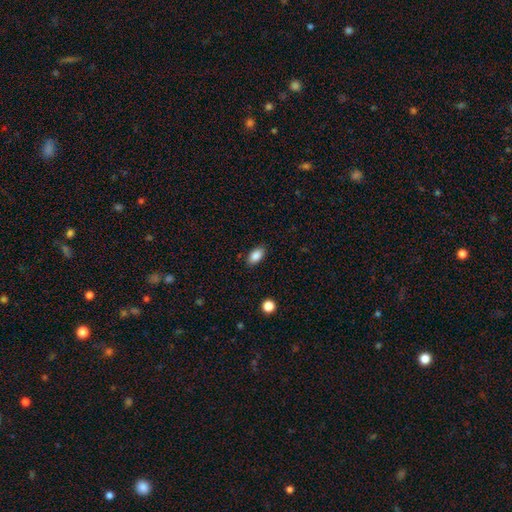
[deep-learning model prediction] The model was most divided on "merging": none: 86%, minor disturbance: 10%, major disturbance: 2%, merger: 1%. More confident: how rounded — in between (92%); smooth or featured — smooth (87%).